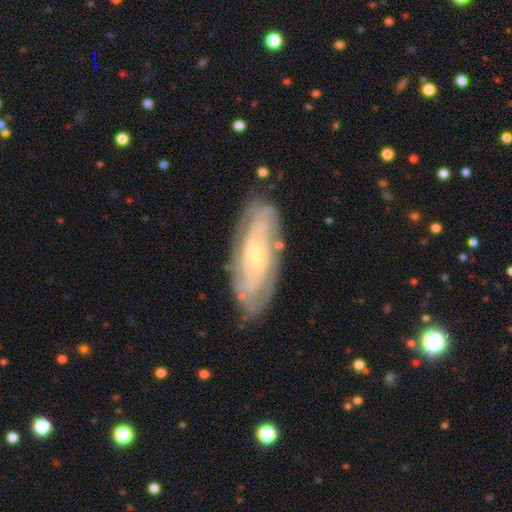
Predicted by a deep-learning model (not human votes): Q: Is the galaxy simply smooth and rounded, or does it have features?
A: featured or disk — 82%.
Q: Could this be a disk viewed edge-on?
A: no — 89%.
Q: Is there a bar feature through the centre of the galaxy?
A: no — 54%.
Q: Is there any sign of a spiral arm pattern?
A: yes — 94%.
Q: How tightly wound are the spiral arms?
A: tight — 71%.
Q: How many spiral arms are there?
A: can't tell — 44%.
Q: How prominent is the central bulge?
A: small — 73%.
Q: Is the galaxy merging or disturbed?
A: none — 80%.